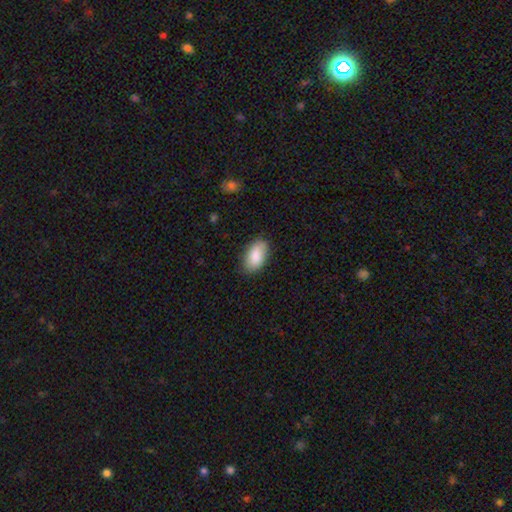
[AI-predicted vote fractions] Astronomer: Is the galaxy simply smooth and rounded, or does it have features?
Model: smooth — 86%.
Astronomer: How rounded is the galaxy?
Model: in between — 94%.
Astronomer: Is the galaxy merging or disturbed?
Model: none — 81%.